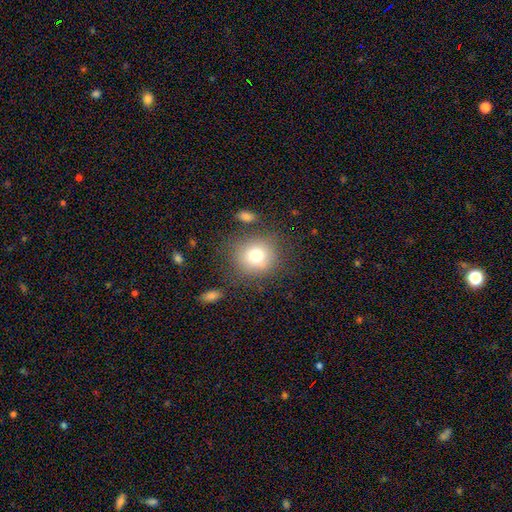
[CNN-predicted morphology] type=smooth (76%); roundness=round (86%); merging=none (78%).